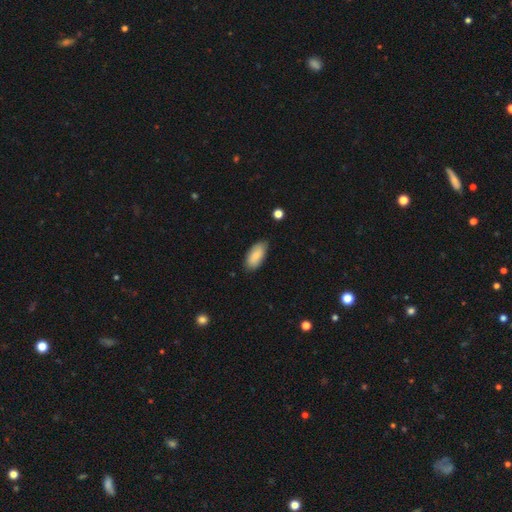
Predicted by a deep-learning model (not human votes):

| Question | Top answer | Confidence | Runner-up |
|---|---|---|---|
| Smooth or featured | smooth | 84% | featured or disk (10%) |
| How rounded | in between | 92% | cigar-shaped (6%) |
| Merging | none | 77% | minor disturbance (18%) |